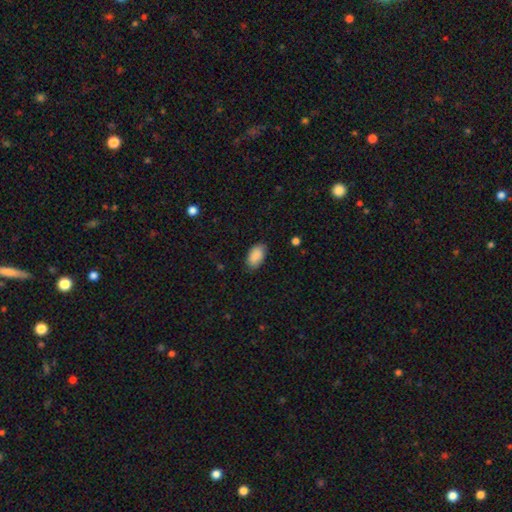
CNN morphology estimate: type=smooth (89%); roundness=in between (94%); merging=none (84%).